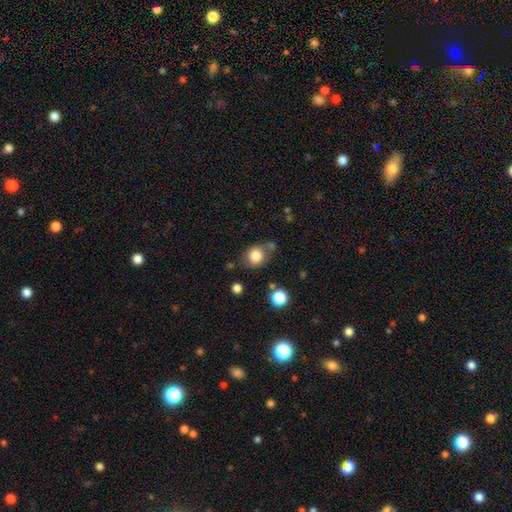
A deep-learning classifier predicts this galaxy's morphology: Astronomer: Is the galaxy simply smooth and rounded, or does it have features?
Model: smooth — 81%.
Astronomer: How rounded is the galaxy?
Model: round — 70%.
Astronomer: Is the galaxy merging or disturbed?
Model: none — 65%.